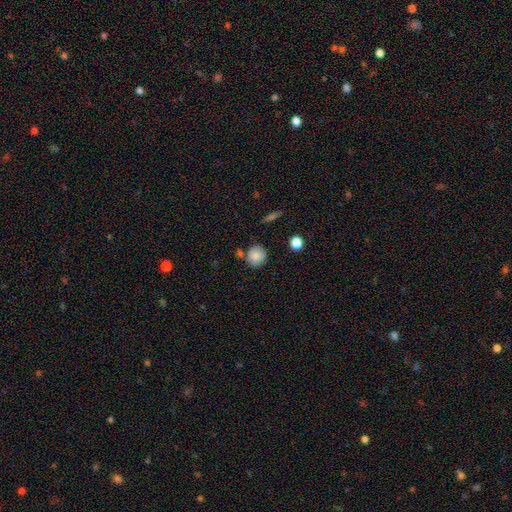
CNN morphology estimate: type=smooth (85%); roundness=round (89%); merging=none (75%).